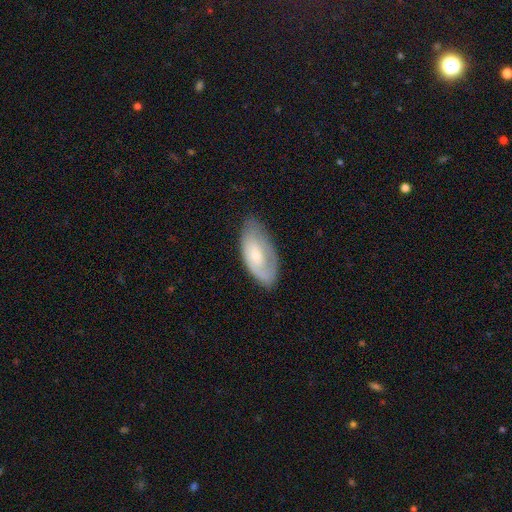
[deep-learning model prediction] Smooth or featured? smooth (48%)
Merging? none (61%)